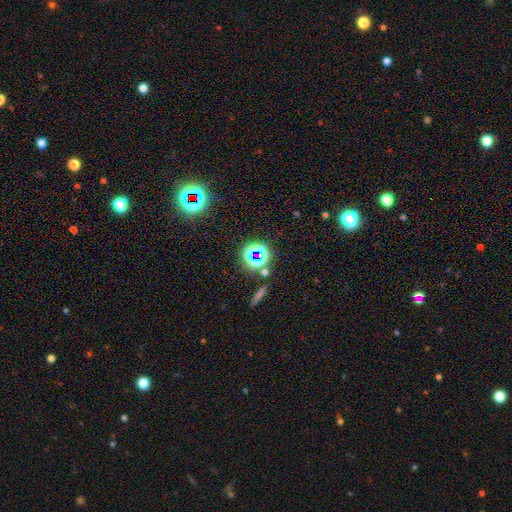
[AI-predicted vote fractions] Smooth or featured?
  - star or artifact: 61% *
  - smooth: 28%
  - featured or disk: 11%